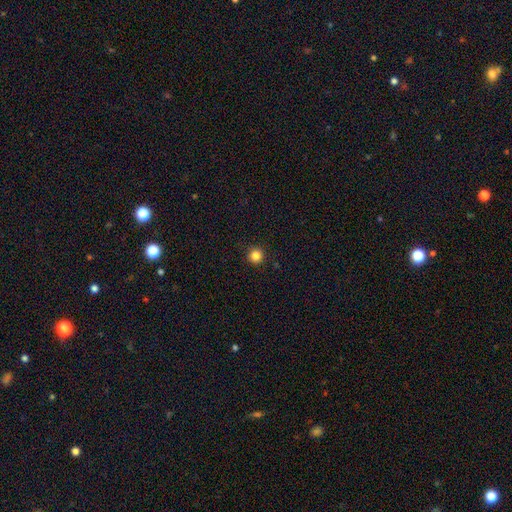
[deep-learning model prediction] This appears to be a smooth galaxy with no disk features (84%) that is round (96%). Merging: none (93%).